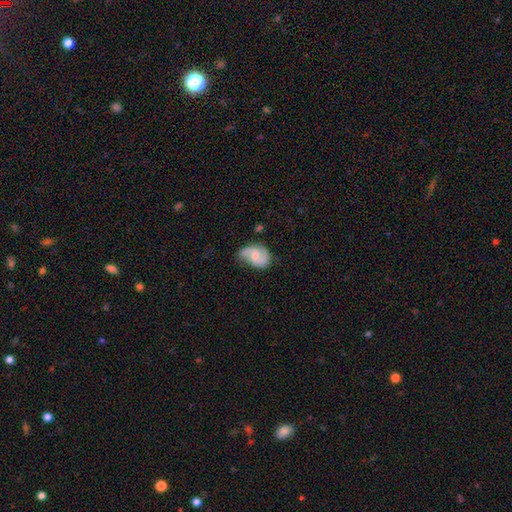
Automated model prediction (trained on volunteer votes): The model was most divided on "bulge size": moderate: 42%, small: 41%, none: 13%, large: 4%, dominant: 1%. Remaining: edge-on disk — no (98%); spiral arms — yes (95%); spiral arm count — 2 (86%); smooth or featured — featured or disk (75%); merging — none (58%); bar — no (54%); spiral winding — medium (50%).